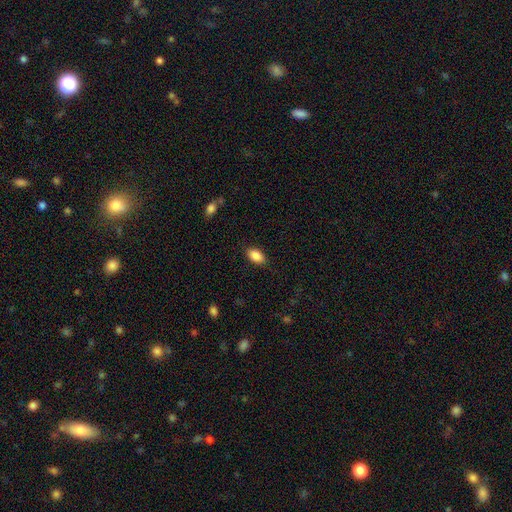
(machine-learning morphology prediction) Overall: smooth (88%). How rounded: in between (92%). Merging: none (86%).